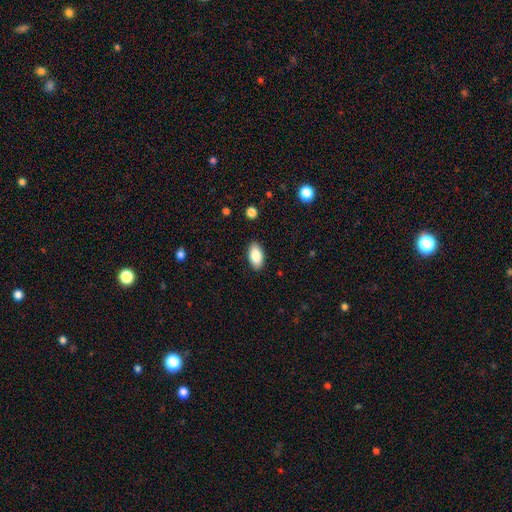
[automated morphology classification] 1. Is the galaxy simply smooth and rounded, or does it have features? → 86% smooth, 8% featured or disk, 7% star or artifact.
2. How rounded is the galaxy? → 93% in between, 4% cigar-shaped, 3% round.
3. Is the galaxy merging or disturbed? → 89% none, 8% minor disturbance, 2% major disturbance, 1% merger.